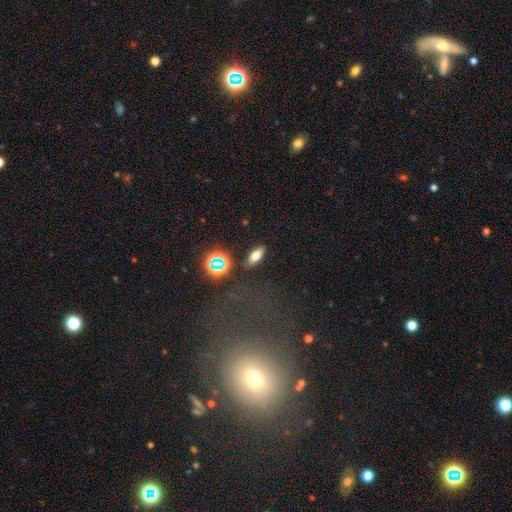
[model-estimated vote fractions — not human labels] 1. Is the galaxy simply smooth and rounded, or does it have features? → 64% smooth, 19% featured or disk, 17% star or artifact.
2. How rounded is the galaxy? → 73% in between, 20% cigar-shaped, 8% round.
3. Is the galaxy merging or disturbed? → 86% none, 9% minor disturbance, 3% major disturbance, 2% merger.